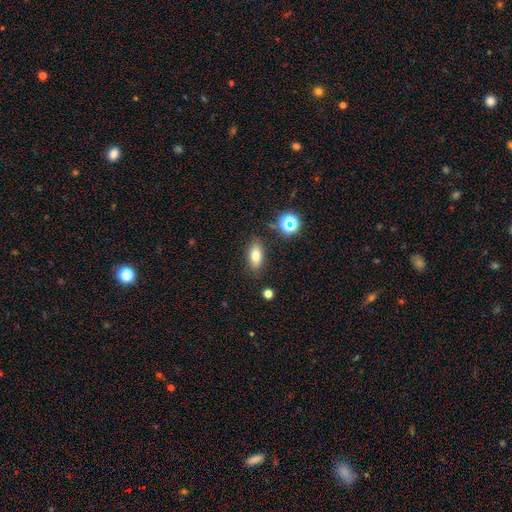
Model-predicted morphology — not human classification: type=smooth (74%); roundness=in between (83%); merging=none (84%).